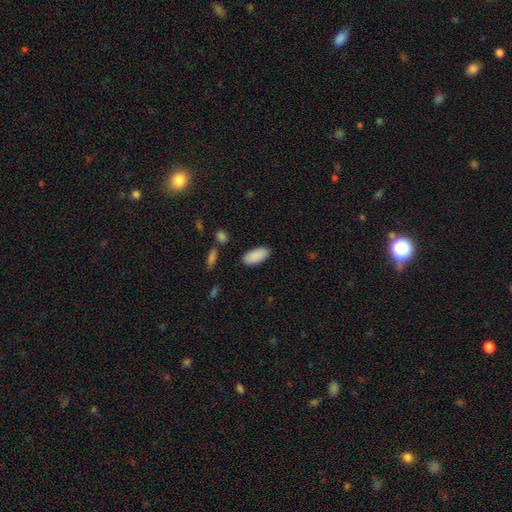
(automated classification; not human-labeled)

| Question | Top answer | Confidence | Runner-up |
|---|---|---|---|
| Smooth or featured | smooth | 90% | star or artifact (6%) |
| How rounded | in between | 92% | cigar-shaped (7%) |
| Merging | none | 86% | minor disturbance (9%) |